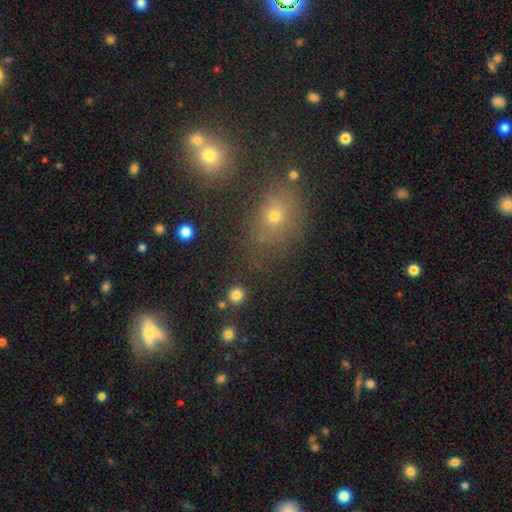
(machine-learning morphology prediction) type=smooth (51%); roundness=in between (51%); merging=none (72%).